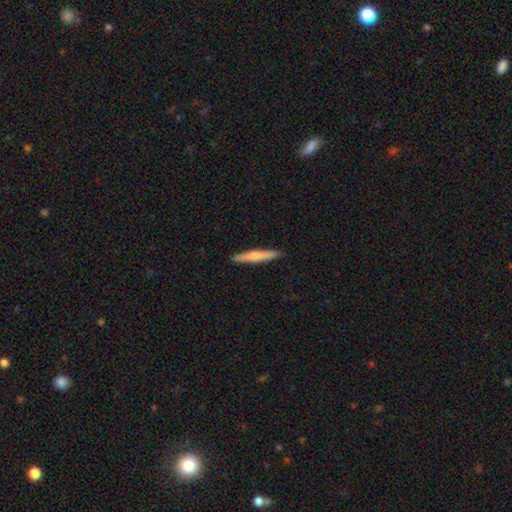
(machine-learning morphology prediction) A smooth galaxy with no disk features (61%) that is cigar-shaped (94%). Merging: none (90%).